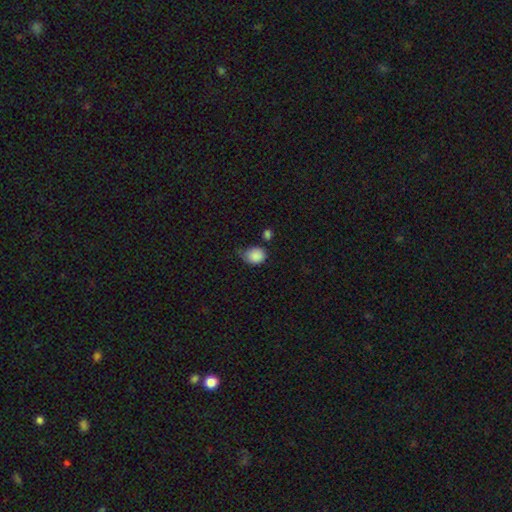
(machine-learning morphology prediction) Smooth or featured: smooth — 86% (star or artifact — 9%)
How rounded: round — 53% (in between — 46%)
Merging: none — 46% (minor disturbance — 39%)